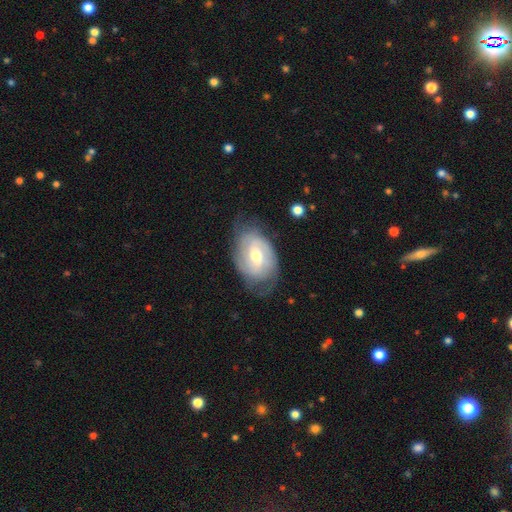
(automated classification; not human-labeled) Smooth or featured? featured or disk (77%)
Edge-on disk? no (96%)
Bar? weak (49%)
Spiral arms? yes (91%)
Spiral winding? tight (53%)
Spiral arm count? 2 (54%)
Bulge size? moderate (63%)
Merging? none (66%)